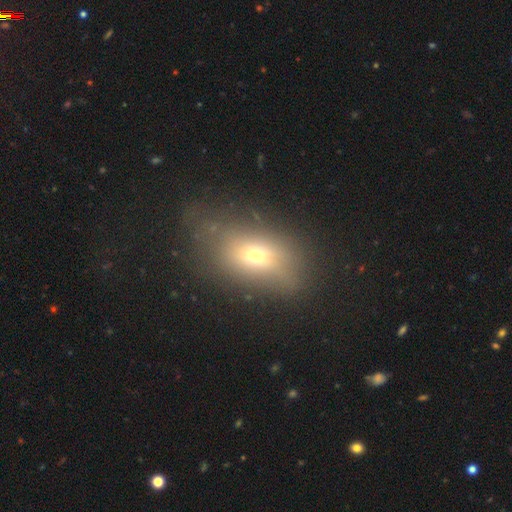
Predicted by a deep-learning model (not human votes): A smooth galaxy with no disk features (61%) that is in between round and cigar-shaped (78%). Merging: none (60%).